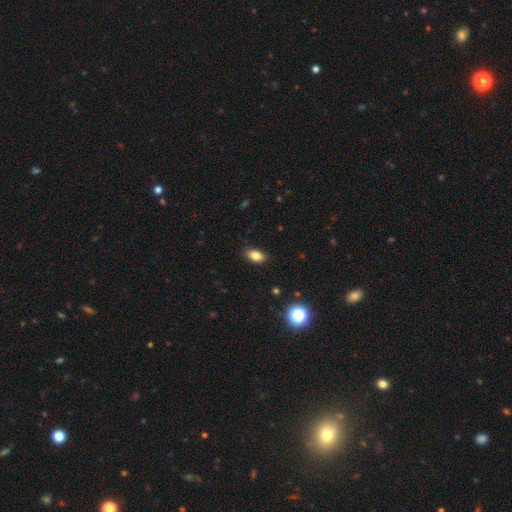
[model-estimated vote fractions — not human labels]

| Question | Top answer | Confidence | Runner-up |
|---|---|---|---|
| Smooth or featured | smooth | 83% | star or artifact (10%) |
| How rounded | in between | 88% | round (9%) |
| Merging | none | 86% | minor disturbance (11%) |